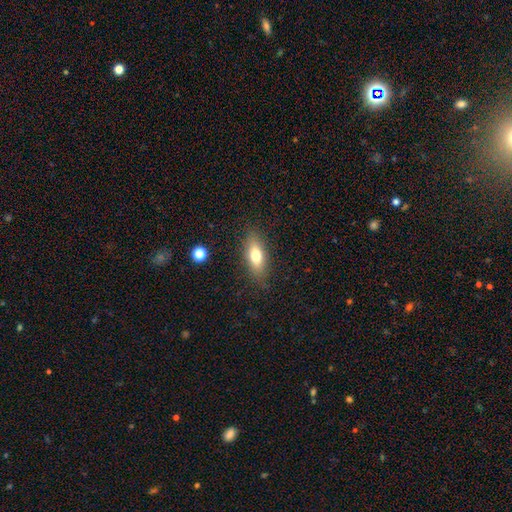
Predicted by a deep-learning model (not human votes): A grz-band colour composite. It shows a smooth galaxy with no disk features (73%) that is in between round and cigar-shaped (70%). Merging: none (84%).